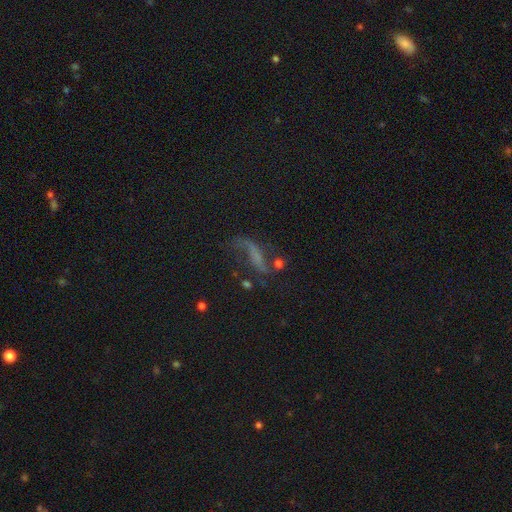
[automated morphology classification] type=featured or disk (53%); edge-on=no (87%); merging=none (39%).